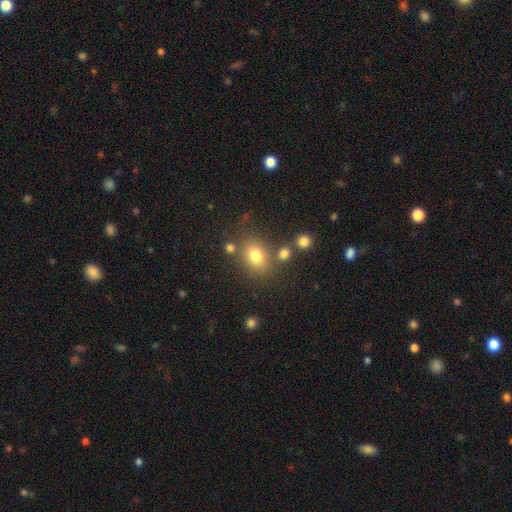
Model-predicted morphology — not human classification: smooth-or-featured: smooth: 77% | star or artifact: 13% | featured or disk: 10%
  how-rounded: in between: 54% | round: 45% | cigar-shaped: 1%
  merging: none: 72% | minor disturbance: 12% | merger: 10% | major disturbance: 5%